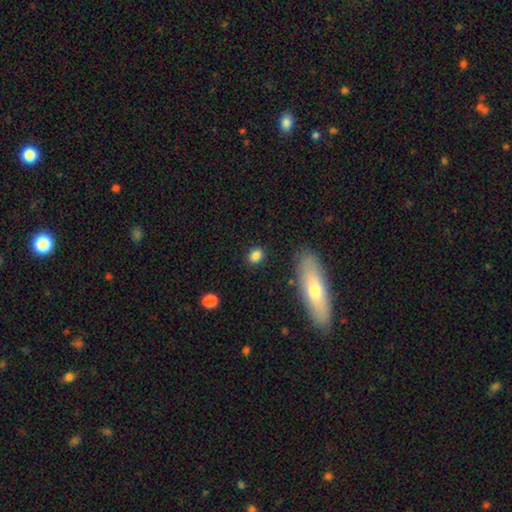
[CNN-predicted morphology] smooth_or_featured: smooth (p=0.84) [alt: star or artifact p=0.10]
how_rounded: in between (p=0.55) [alt: round p=0.42]
merging: none (p=0.85) [alt: minor disturbance p=0.10]